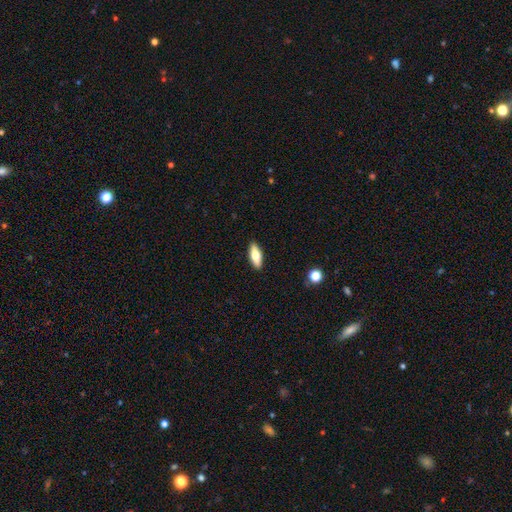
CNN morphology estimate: A smooth galaxy with no disk features (66%) that is in between round and cigar-shaped (65%).

Vote fractions:
- Smooth or featured? smooth: 66% / featured or disk: 28% / star or artifact: 6%
- How rounded? in between: 65% / cigar-shaped: 32% / round: 3%
- Merging? none: 90% / minor disturbance: 7% / major disturbance: 2% / merger: 1%